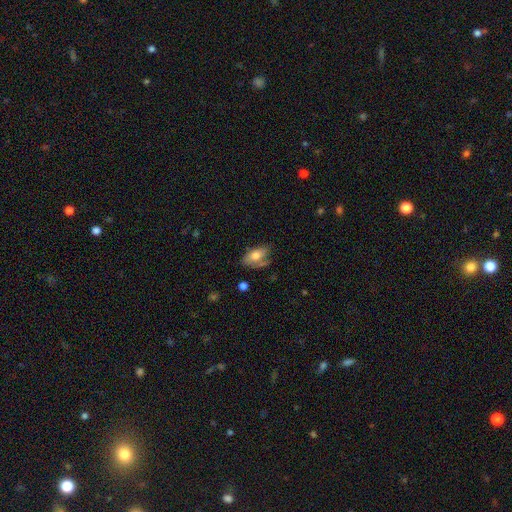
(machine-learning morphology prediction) smooth_or_featured: smooth (p=0.66) [alt: featured or disk p=0.26]
how_rounded: in between (p=0.89) [alt: round p=0.06]
merging: none (p=0.47) [alt: minor disturbance p=0.30]